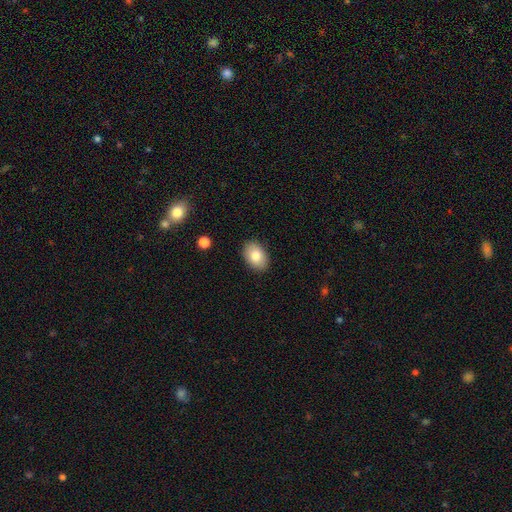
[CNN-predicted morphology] smooth-or-featured: smooth: 82% | featured or disk: 11% | star or artifact: 7%
  how-rounded: in between: 86% | round: 13% | cigar-shaped: 1%
  merging: none: 88% | minor disturbance: 8% | major disturbance: 2% | merger: 1%